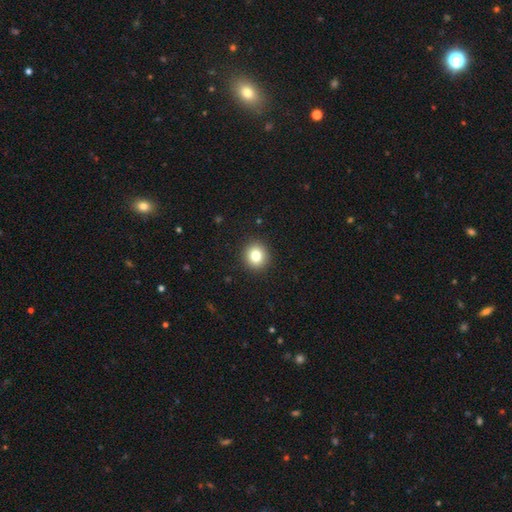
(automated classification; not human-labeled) A smooth galaxy with no disk features (80%) that is round (90%). Merging: none (92%).